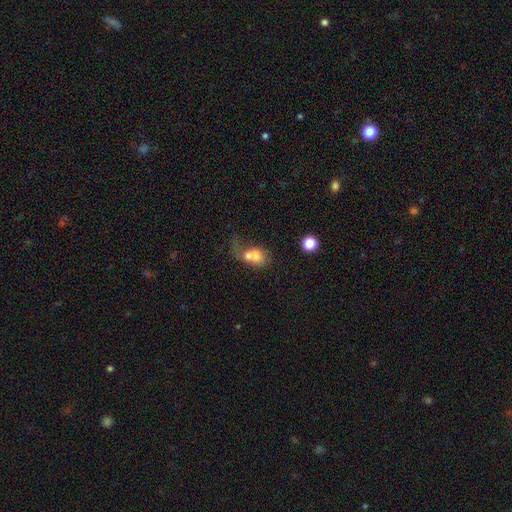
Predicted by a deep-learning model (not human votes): smooth-or-featured: smooth: 63% | featured or disk: 26% | star or artifact: 10%
  how-rounded: round: 52% | in between: 47% | cigar-shaped: 2%
  merging: merger: 68% | major disturbance: 13% | none: 13% | minor disturbance: 7%